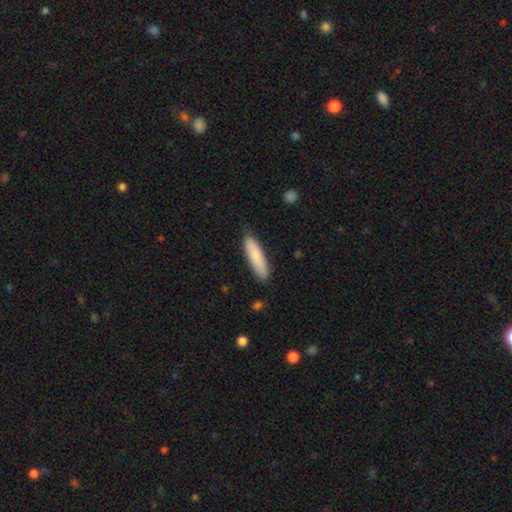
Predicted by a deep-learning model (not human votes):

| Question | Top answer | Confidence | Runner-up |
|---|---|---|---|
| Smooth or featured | smooth | 82% | featured or disk (12%) |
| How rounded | cigar-shaped | 74% | in between (24%) |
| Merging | none | 85% | minor disturbance (12%) |